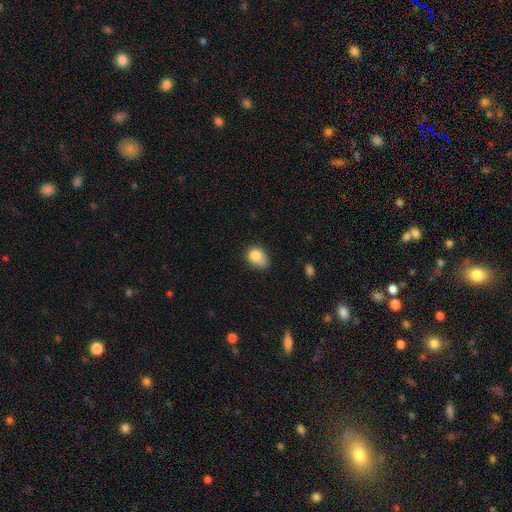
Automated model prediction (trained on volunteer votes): The model was most divided on "merging": none: 42%, minor disturbance: 39%, major disturbance: 12%, merger: 6%. More confident: smooth or featured — smooth (81%); how rounded — in between (67%).